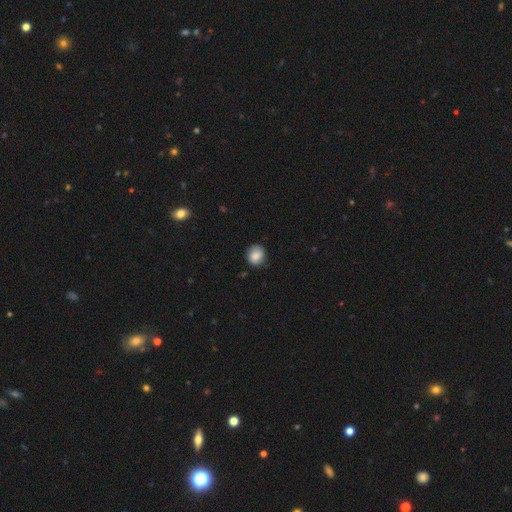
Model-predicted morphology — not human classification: smooth_or_featured: smooth (p=0.83) [alt: featured or disk p=0.09]
how_rounded: round (p=0.82) [alt: in between p=0.17]
merging: none (p=0.80) [alt: minor disturbance p=0.15]